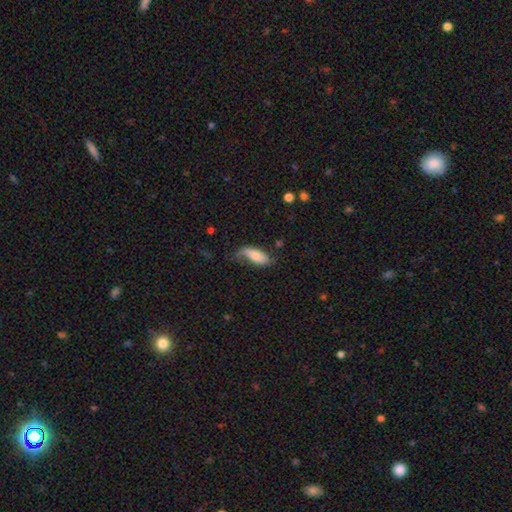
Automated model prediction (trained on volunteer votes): This is possibly a smooth galaxy (55%). How rounded: clearly in between (82%). Merging: marginally none (42%).